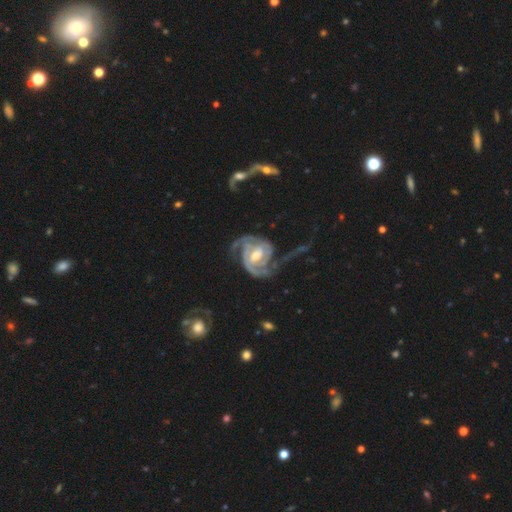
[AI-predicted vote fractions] Overall: featured or disk (93%). Edge-on disk: no (98%). Bar: weak (49%; strong 30%). Spiral arms: yes (98%). Spiral arm count: 2 (64%). Spiral winding: tight (46%; medium 41%). Bulge size: moderate (66%). Merging: none (53%; major disturbance 24%).